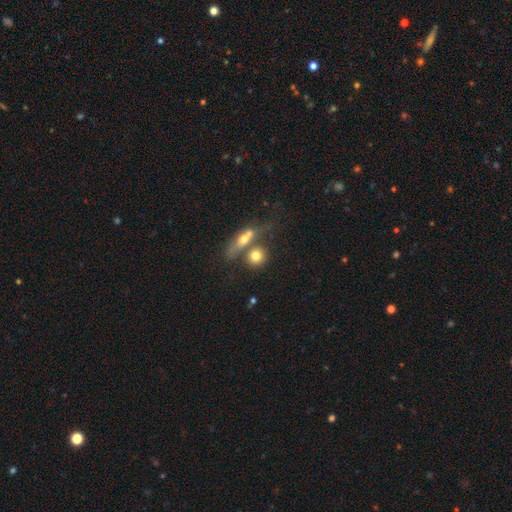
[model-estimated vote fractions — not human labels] A smooth galaxy with no disk features (70%) that is round (67%). Merging: merger (42%, tied with none).